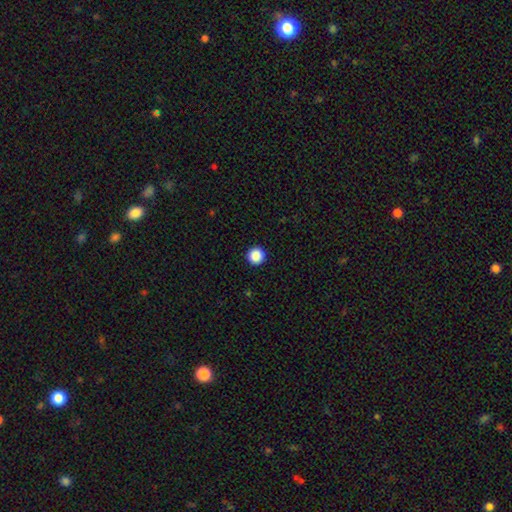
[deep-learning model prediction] Morphology: type=smooth (89%); roundness=round (97%); merging=none (94%).